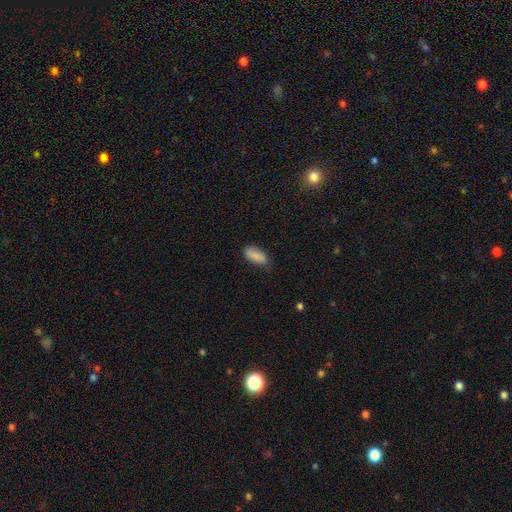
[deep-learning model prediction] Morphology: type=smooth (87%); roundness=in between (82%); merging=none (73%).